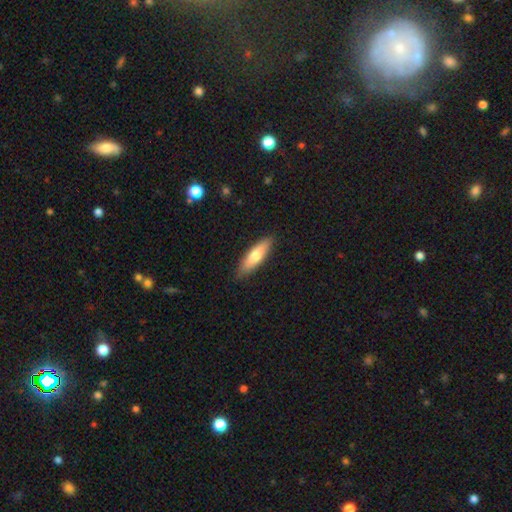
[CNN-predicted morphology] Smooth or featured? smooth (70%)
How rounded? cigar-shaped (58%)
Merging? none (87%)